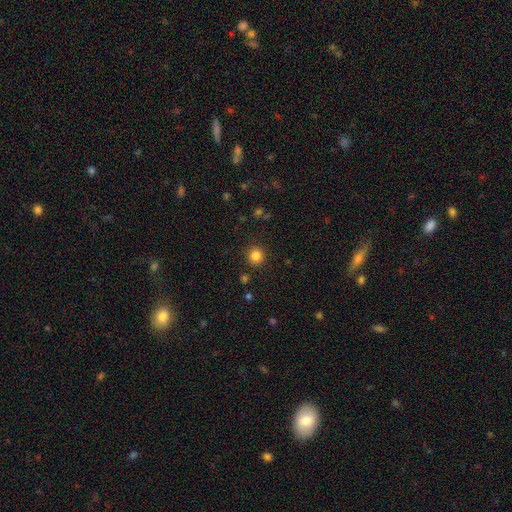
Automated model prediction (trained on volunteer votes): Q: Smooth or featured?
A: smooth (83%); runner-up: star or artifact (13%)
Q: How rounded?
A: round (92%); runner-up: in between (7%)
Q: Merging?
A: none (90%); runner-up: minor disturbance (6%)